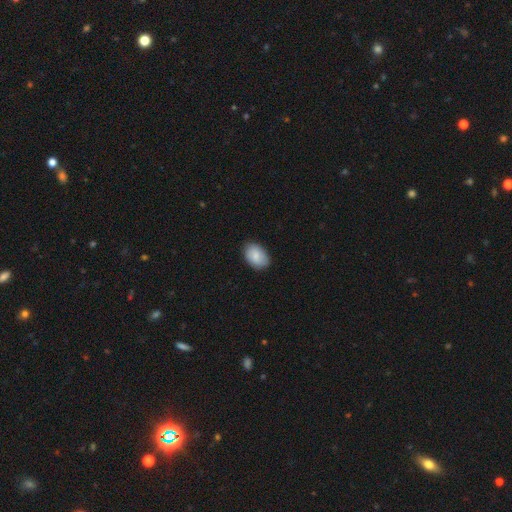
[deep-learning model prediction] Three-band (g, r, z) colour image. It shows a smooth galaxy with no disk features (84%) that is in between round and cigar-shaped (86%). Merging: none (86%).